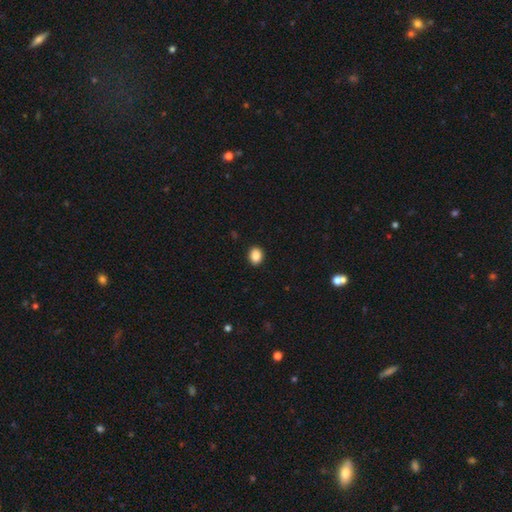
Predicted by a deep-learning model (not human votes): smooth_or_featured: smooth (p=0.88) [alt: star or artifact p=0.09]
how_rounded: in between (p=0.50) [alt: round p=0.49]
merging: none (p=0.91) [alt: minor disturbance p=0.06]